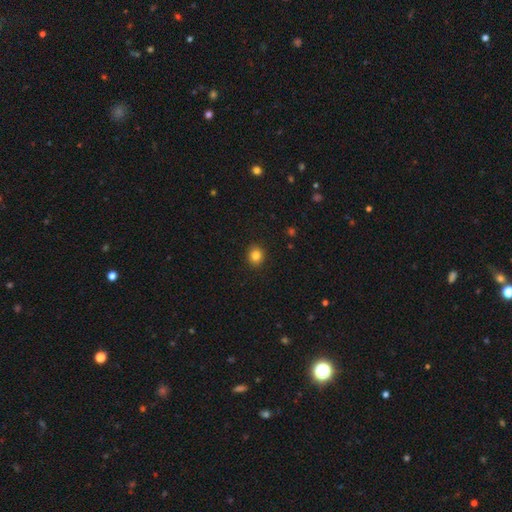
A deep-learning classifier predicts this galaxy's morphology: Smooth or featured?
  - smooth: 83% *
  - star or artifact: 11%
  - featured or disk: 6%
How rounded?
  - round: 80% *
  - in between: 19%
  - cigar-shaped: 1%
Merging?
  - none: 92% *
  - minor disturbance: 6%
  - major disturbance: 2%
  - merger: 1%